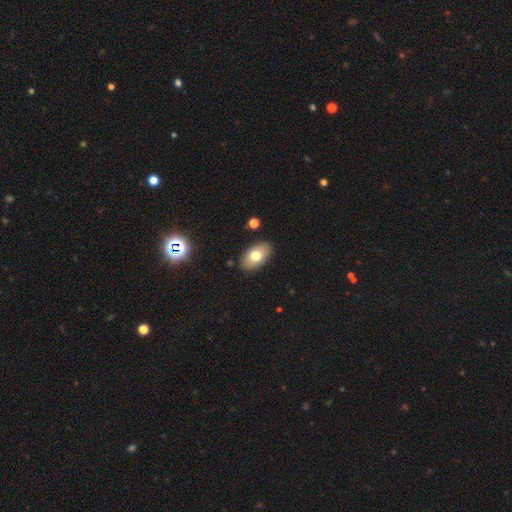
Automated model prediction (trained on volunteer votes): Overall: smooth (73%). How rounded: in between (92%). Merging: none (87%).